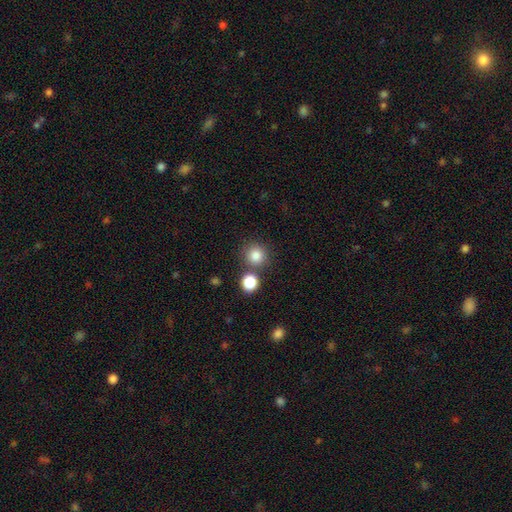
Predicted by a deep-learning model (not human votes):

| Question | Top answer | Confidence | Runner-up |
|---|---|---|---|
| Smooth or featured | smooth | 83% | star or artifact (12%) |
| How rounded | round | 93% | in between (6%) |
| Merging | none | 77% | merger (13%) |